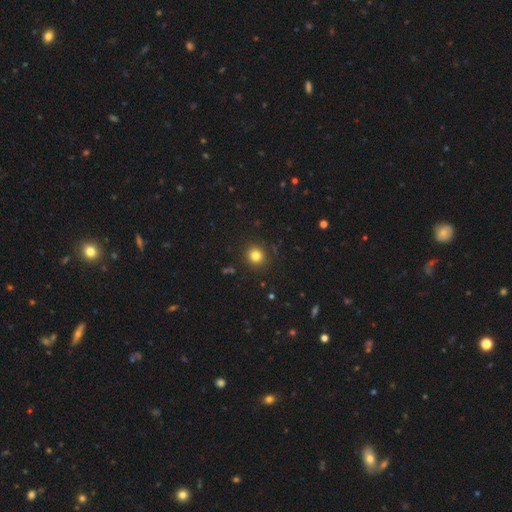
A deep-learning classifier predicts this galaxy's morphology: Overall: smooth (81%). How rounded: round (91%). Merging: none (90%).